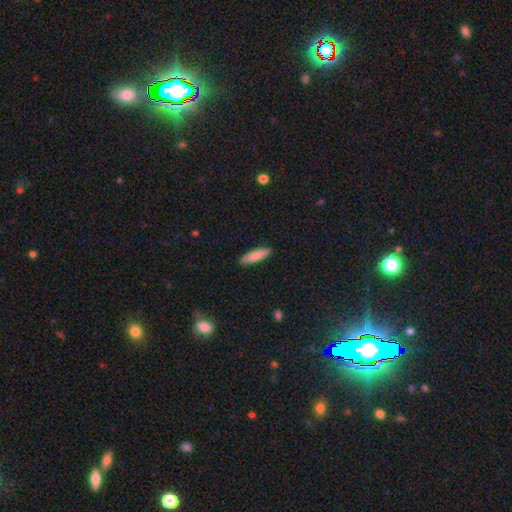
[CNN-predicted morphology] This appears to be a smooth galaxy with no disk features (84%) that is cigar-shaped (68%). Merging: none (89%).